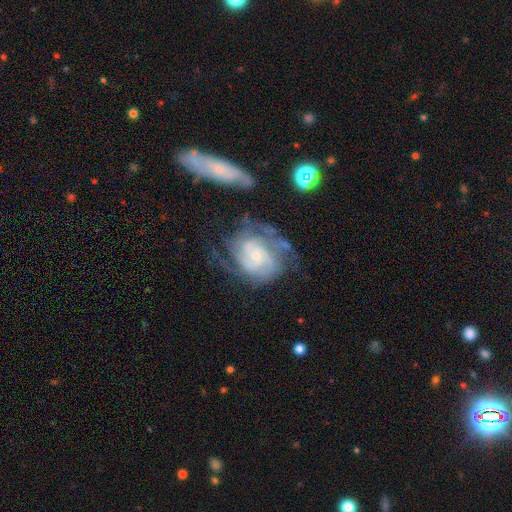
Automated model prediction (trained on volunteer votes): The model was most divided on "spiral arm count": can't tell: 34%, 2: 26%, 3: 20%, 4: 9%, 1: 5%, more than 4: 5%. Remaining: edge-on disk — no (97%); spiral arms — yes (93%); smooth or featured — featured or disk (84%); bulge size — small (73%); bar — no (69%); spiral winding — tight (59%); merging — none (49%).